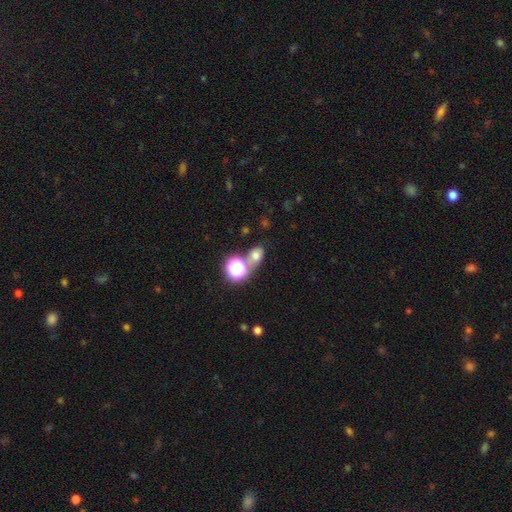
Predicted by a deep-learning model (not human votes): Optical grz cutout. It shows a smooth galaxy with no disk features (65%) that is in between round and cigar-shaped (53%). Merging: none (57%).